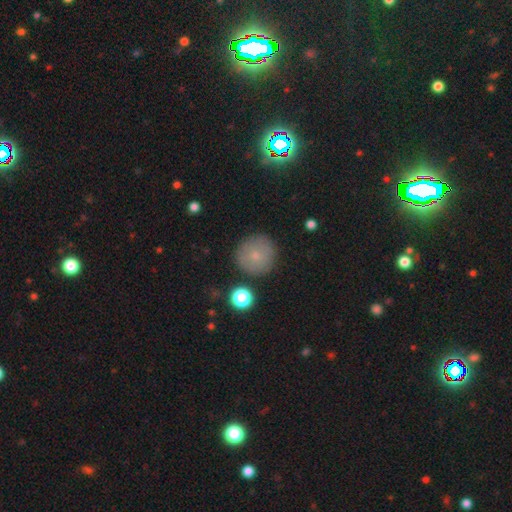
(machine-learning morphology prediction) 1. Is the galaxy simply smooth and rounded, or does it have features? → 76% smooth, 14% featured or disk, 10% star or artifact.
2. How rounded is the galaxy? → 95% round, 4% in between, 1% cigar-shaped.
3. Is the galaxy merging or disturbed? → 87% none, 9% minor disturbance, 2% major disturbance, 2% merger.